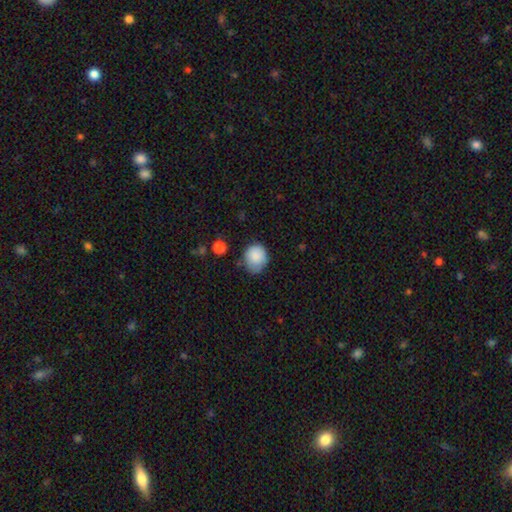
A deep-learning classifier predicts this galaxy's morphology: Overall: smooth (85%). How rounded: round (71%). Merging: none (58%; minor disturbance 32%).